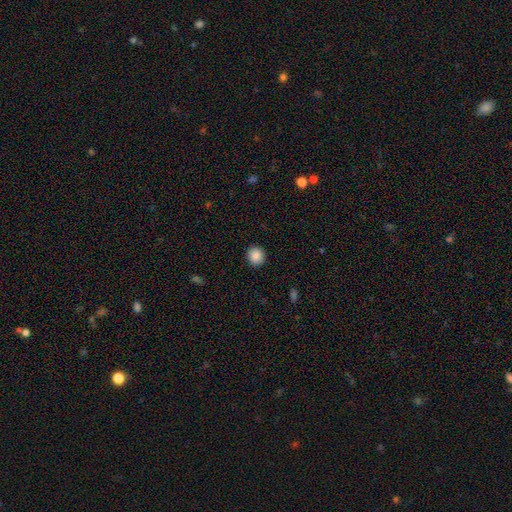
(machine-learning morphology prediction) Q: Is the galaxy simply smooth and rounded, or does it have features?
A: smooth — 88%.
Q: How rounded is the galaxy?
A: round — 89%.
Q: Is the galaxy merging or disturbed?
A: none — 92%.